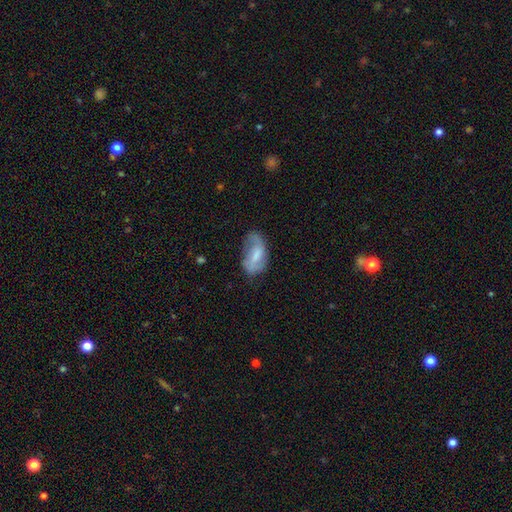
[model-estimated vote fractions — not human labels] This is possibly a featured or disk galaxy (55%). It is clearly not viewed edge-on (95%). Bar: possibly weak (51%). Spiral arm pattern: clearly yes (81%). Central bulge: marginally moderate (37%). Merging: possibly none (55%).